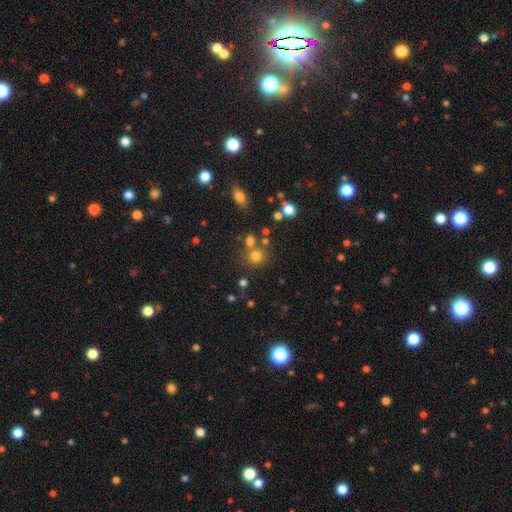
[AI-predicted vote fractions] Smooth or featured: smooth — 73% (star or artifact — 18%)
How rounded: round — 84% (in between — 15%)
Merging: none — 65% (merger — 22%)